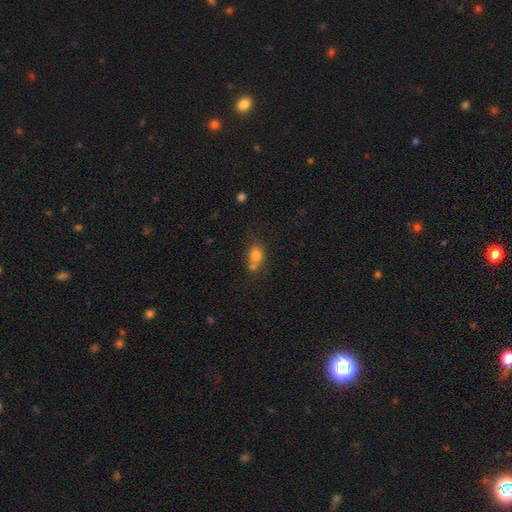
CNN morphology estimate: Smooth or featured? Predicted: smooth (p=0.75). How rounded? Predicted: in between (p=0.50). Merging? Predicted: merger (p=0.41).